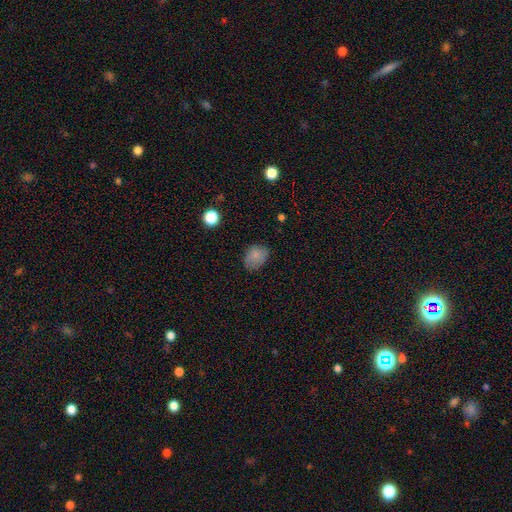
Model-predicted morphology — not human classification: Q: Smooth or featured?
A: smooth (81%); runner-up: star or artifact (10%)
Q: How rounded?
A: in between (62%); runner-up: round (37%)
Q: Merging?
A: none (73%); runner-up: minor disturbance (21%)